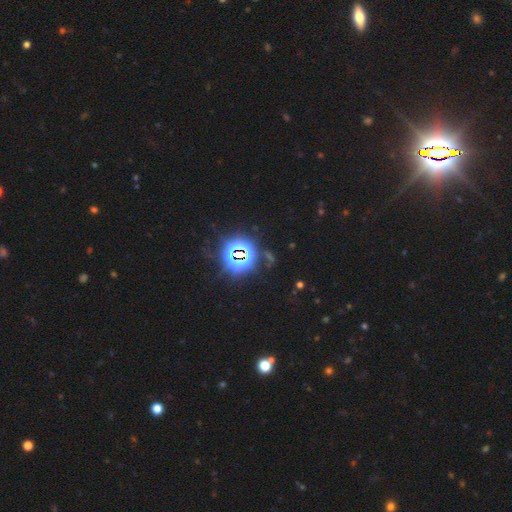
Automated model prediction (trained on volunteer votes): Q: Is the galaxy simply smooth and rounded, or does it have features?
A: star or artifact — 85%.